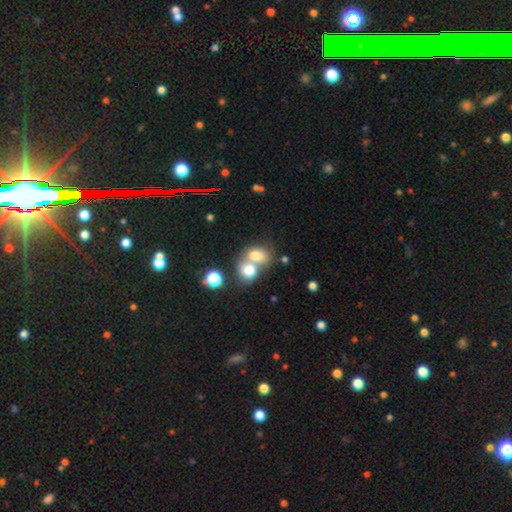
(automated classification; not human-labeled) Smooth or featured?
  - smooth: 75% *
  - featured or disk: 15%
  - star or artifact: 11%
How rounded?
  - in between: 56% *
  - round: 42%
  - cigar-shaped: 1%
Merging?
  - merger: 65% *
  - none: 24%
  - minor disturbance: 7%
  - major disturbance: 4%